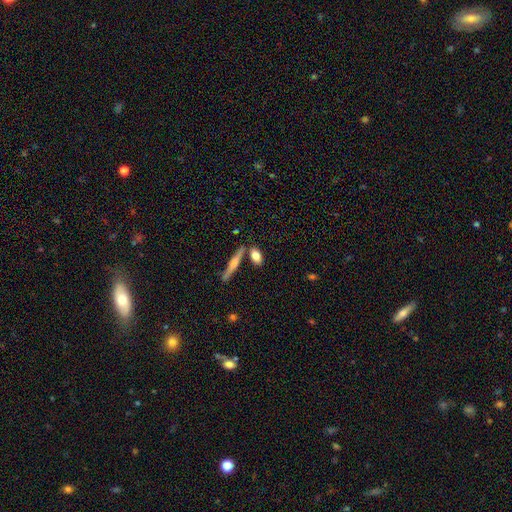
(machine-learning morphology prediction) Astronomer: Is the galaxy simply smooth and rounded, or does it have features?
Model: smooth — 69%.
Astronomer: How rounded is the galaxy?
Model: in between — 66%.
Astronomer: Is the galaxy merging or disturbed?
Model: none — 71%.